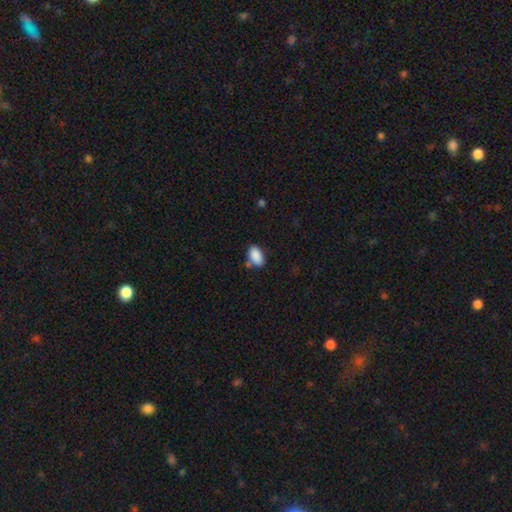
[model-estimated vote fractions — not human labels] smooth_or_featured: smooth (p=0.89) [alt: star or artifact p=0.07]
how_rounded: in between (p=0.93) [alt: round p=0.05]
merging: none (p=0.70) [alt: minor disturbance p=0.17]